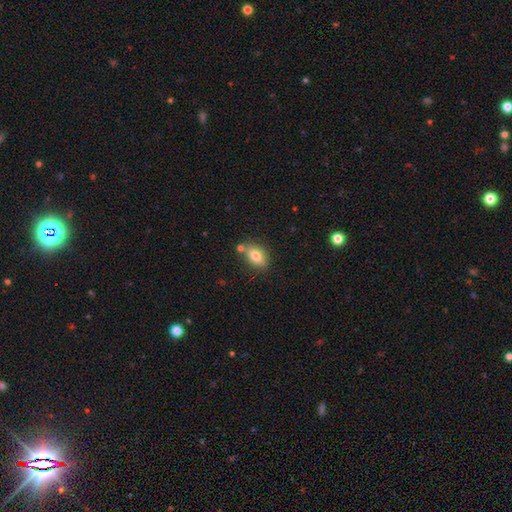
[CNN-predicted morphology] type=smooth (80%); roundness=in between (82%); merging=none (70%).